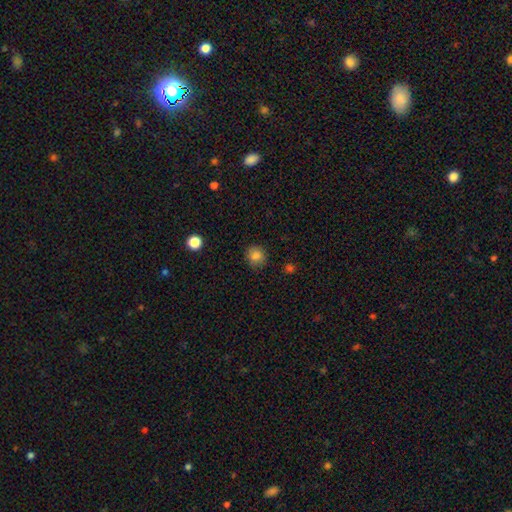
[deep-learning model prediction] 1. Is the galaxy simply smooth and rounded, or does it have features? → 84% smooth, 11% star or artifact, 5% featured or disk.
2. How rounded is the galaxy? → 82% round, 17% in between, 1% cigar-shaped.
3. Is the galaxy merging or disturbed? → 85% none, 11% minor disturbance, 3% major disturbance, 1% merger.